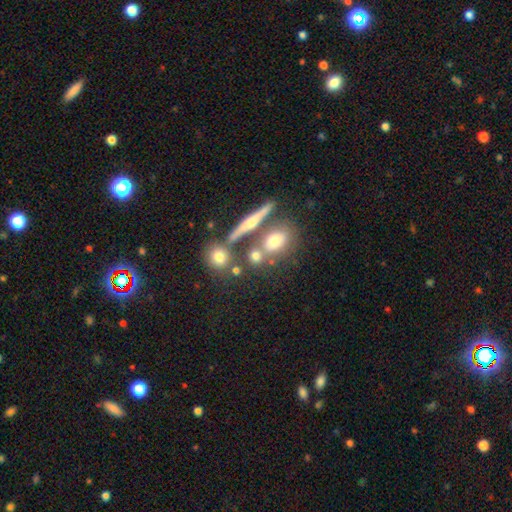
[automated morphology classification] Q: Smooth or featured?
A: smooth (63%); runner-up: featured or disk (22%)
Q: How rounded?
A: round (55%); runner-up: in between (31%)
Q: Merging?
A: none (57%); runner-up: merger (27%)